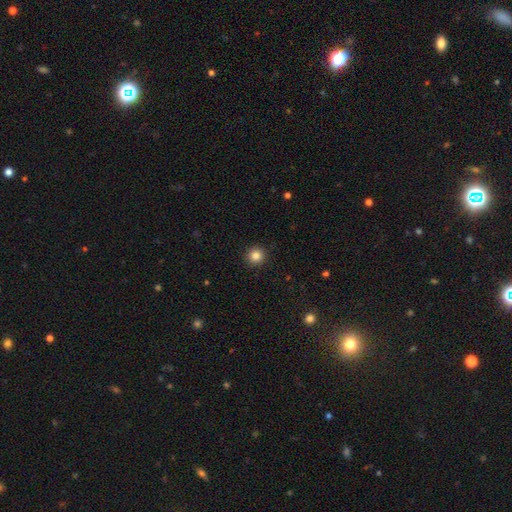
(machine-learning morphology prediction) A smooth galaxy with no disk features (84%) that is round (94%). Merging: none (93%).